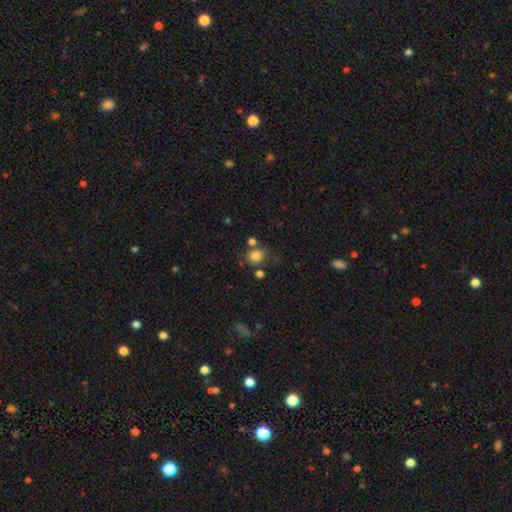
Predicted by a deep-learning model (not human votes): Morphology: type=smooth (81%); roundness=round (82%); merging=none (70%).